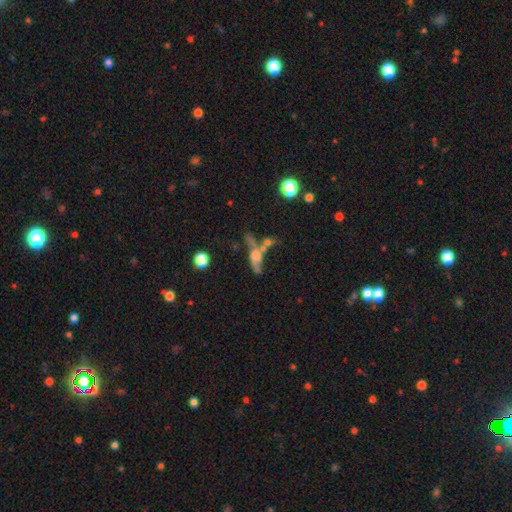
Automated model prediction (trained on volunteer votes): This appears to be a featured or disk galaxy (57%). Merging: merger (34%).